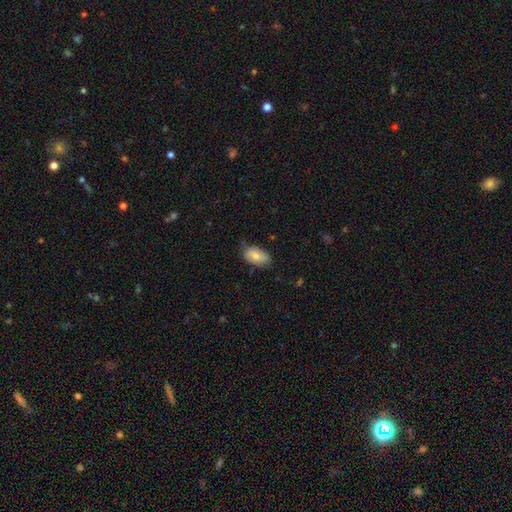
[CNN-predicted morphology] The model was most divided on "merging": none: 71%, minor disturbance: 24%, major disturbance: 4%, merger: 1%. More confident: how rounded — in between (93%); smooth or featured — smooth (81%).